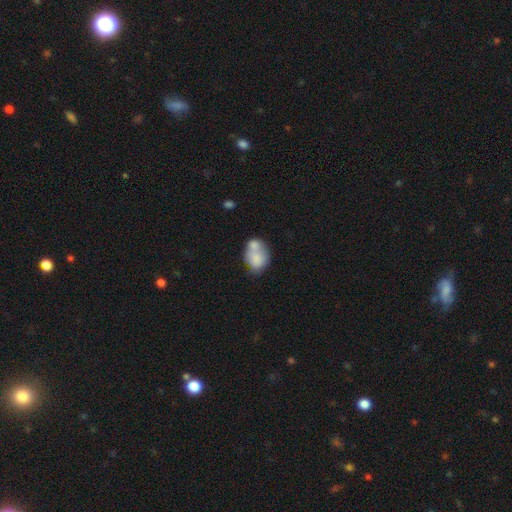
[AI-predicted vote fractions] Overall: smooth (74%). How rounded: in between (58%; round 41%). Merging: merger (52%; none 28%).